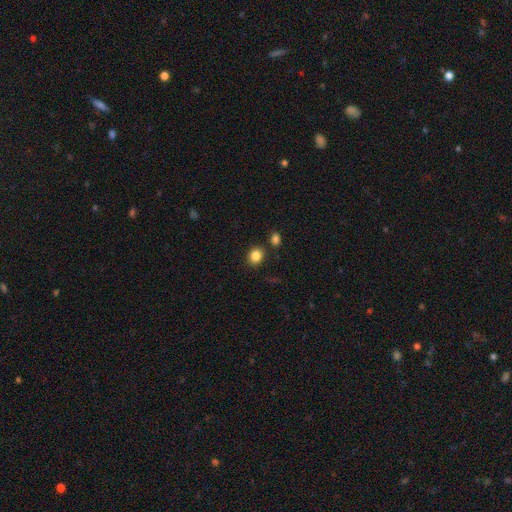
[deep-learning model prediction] This appears to be a smooth galaxy with no disk features (85%) that is round (60%). Merging: none (83%).